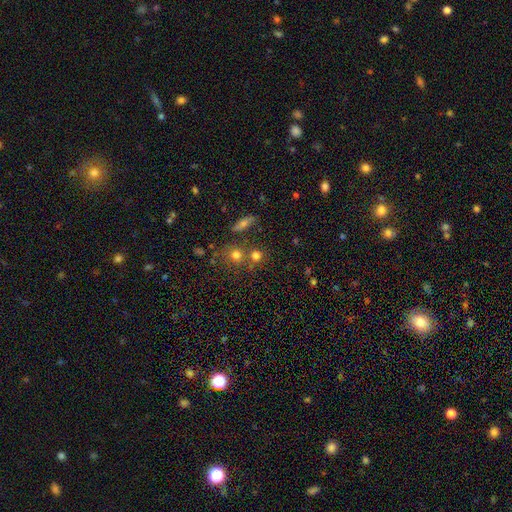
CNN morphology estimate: A smooth galaxy with no disk features (74%) that is round (84%).

Vote fractions:
- Smooth or featured? smooth: 74% / star or artifact: 15% / featured or disk: 10%
- How rounded? round: 84% / in between: 14% / cigar-shaped: 2%
- Merging? none: 61% / merger: 27% / minor disturbance: 9% / major disturbance: 4%